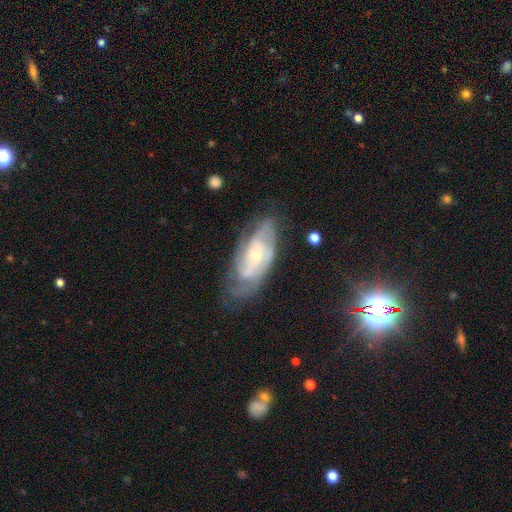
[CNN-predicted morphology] Overall: featured or disk (81%). Edge-on disk: no (92%). Bar: no (62%; weak 30%). Spiral arms: yes (91%). Spiral arm count: can't tell (39%; 2 31%). Spiral winding: tight (56%; medium 34%). Bulge size: small (58%; moderate 38%). Merging: none (64%).